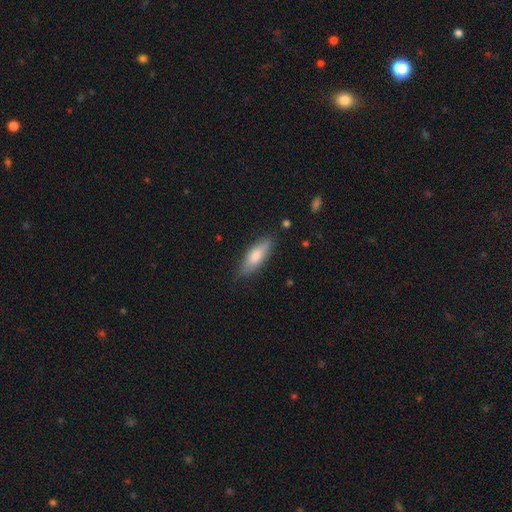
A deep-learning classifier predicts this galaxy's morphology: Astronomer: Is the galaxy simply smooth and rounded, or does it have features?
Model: smooth — 74%.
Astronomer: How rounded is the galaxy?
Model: in between — 59% (runner-up: cigar-shaped, 39%).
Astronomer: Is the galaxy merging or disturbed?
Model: none — 79%.